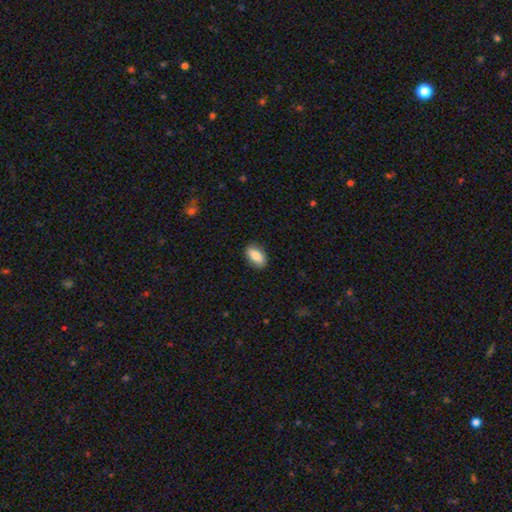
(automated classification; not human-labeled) smooth 83%, featured or disk 10%, star or artifact 6%. Down the decision tree: how rounded — in between (91%); merging — none (86%).